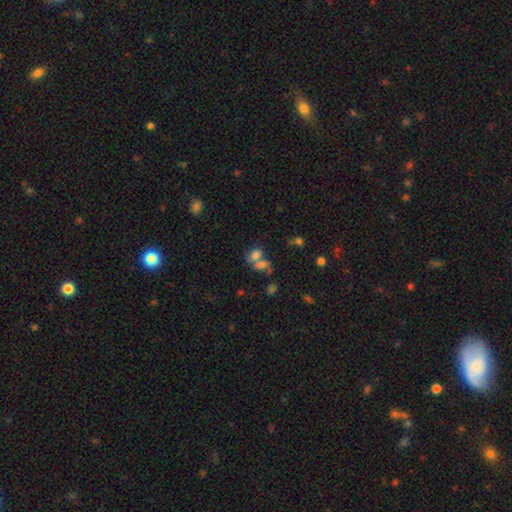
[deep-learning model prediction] Smooth or featured? smooth (74%)
How rounded? in between (79%)
Merging? merger (48%)